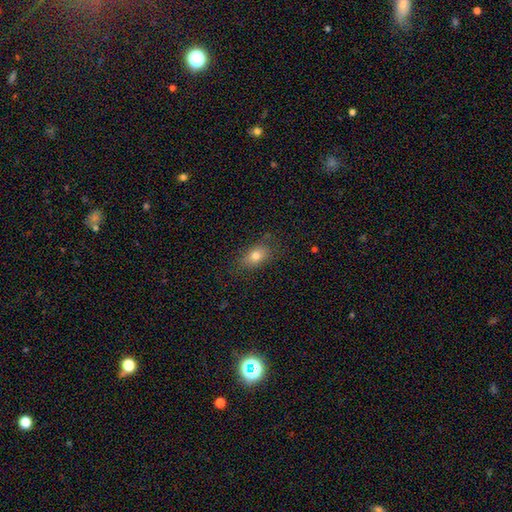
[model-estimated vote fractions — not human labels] Overall: smooth (78%). How rounded: in between (78%). Merging: none (78%).